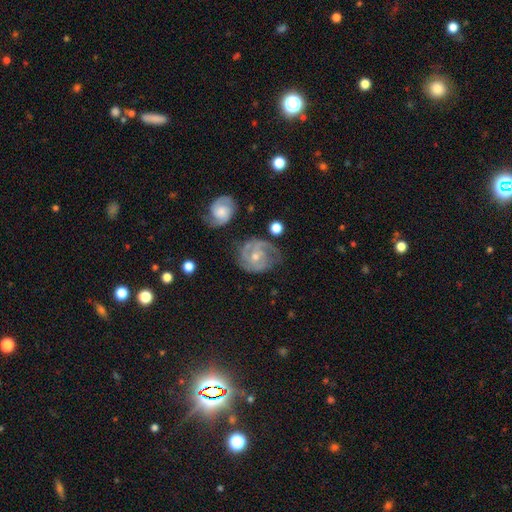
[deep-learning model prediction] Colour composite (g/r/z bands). It shows a featured or disk galaxy (81%) with no bar (63%), 2 (40%) tight (50%) spiral arms (94%) and a moderate central bulge (51%). Merging: none (60%).